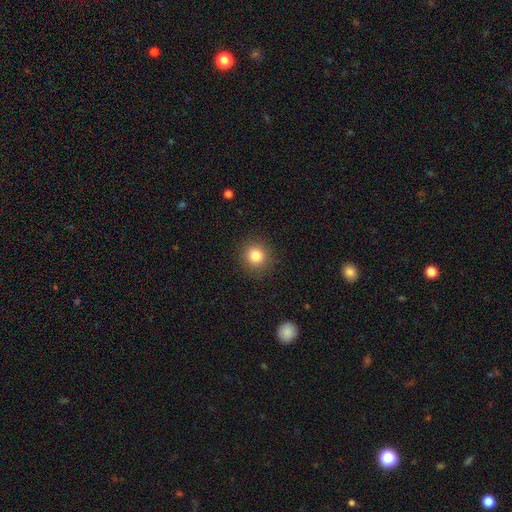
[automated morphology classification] smooth-or-featured: smooth: 83% | star or artifact: 11% | featured or disk: 6%
  how-rounded: round: 91% | in between: 8% | cigar-shaped: 1%
  merging: none: 90% | minor disturbance: 6% | major disturbance: 3% | merger: 1%